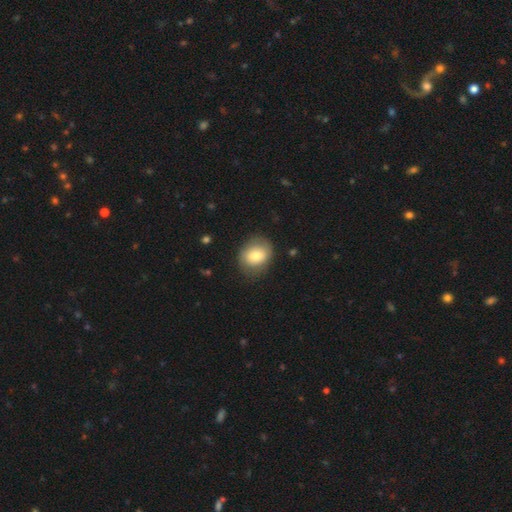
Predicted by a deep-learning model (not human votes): Smooth or featured?
  - smooth: 76% *
  - featured or disk: 17%
  - star or artifact: 7%
How rounded?
  - round: 57% *
  - in between: 42%
  - cigar-shaped: 1%
Merging?
  - none: 75% *
  - minor disturbance: 18%
  - major disturbance: 6%
  - merger: 1%